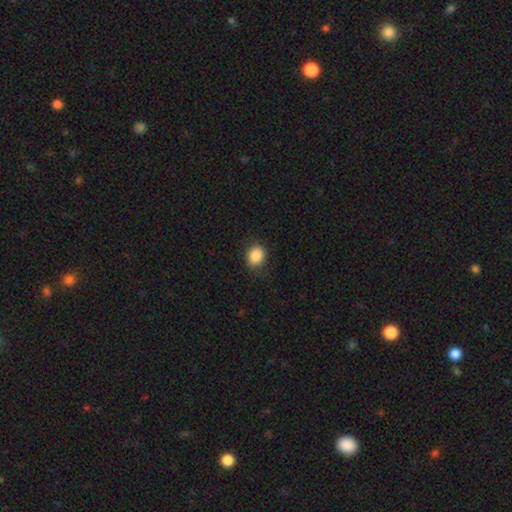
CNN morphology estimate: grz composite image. It shows a smooth galaxy with no disk features (87%) that is round (69%). Merging: none (83%).